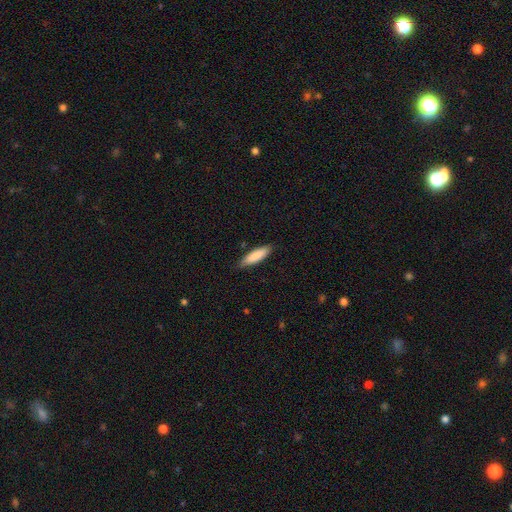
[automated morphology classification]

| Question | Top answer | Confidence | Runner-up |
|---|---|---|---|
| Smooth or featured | smooth | 85% | featured or disk (9%) |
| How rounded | cigar-shaped | 63% | in between (36%) |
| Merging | none | 84% | minor disturbance (13%) |